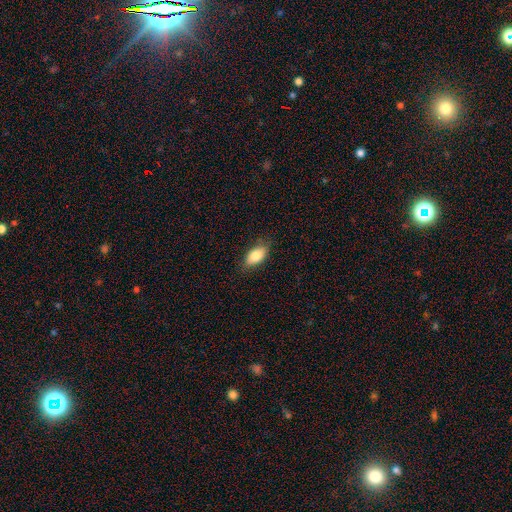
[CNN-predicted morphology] Smooth or featured? Predicted: smooth (p=0.83). How rounded? Predicted: in between (p=0.91). Merging? Predicted: none (p=0.80).